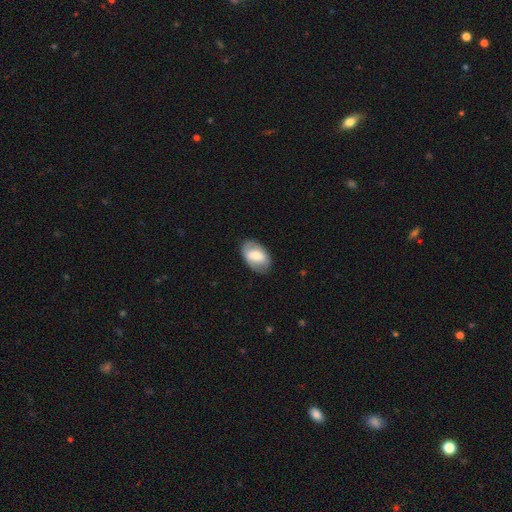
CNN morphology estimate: This appears to be a smooth galaxy with no disk features (60%) that is in between round and cigar-shaped (91%). Merging: none (82%).